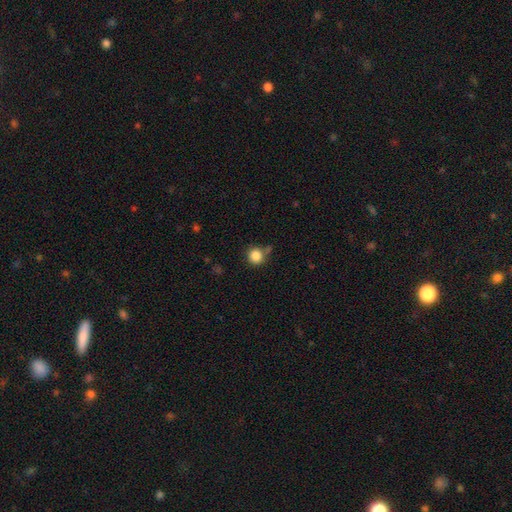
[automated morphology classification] Smooth or featured? smooth (85%)
How rounded? round (93%)
Merging? none (76%)